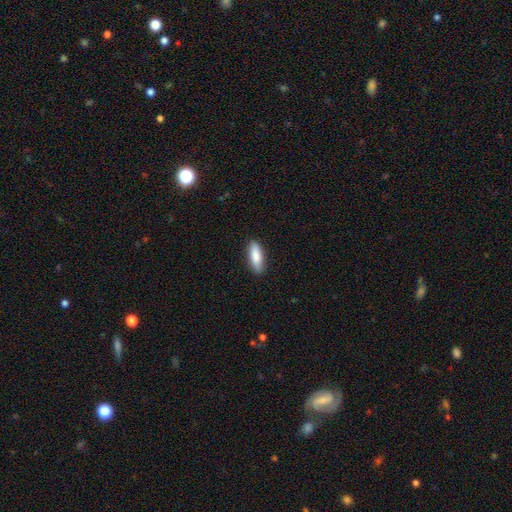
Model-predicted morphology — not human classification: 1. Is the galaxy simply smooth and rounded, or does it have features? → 85% smooth, 9% featured or disk, 6% star or artifact.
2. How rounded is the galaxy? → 56% in between, 42% cigar-shaped, 2% round.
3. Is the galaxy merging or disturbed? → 87% none, 10% minor disturbance, 2% major disturbance, 1% merger.